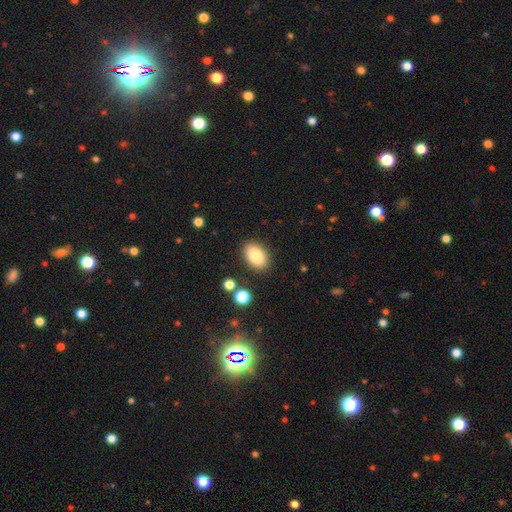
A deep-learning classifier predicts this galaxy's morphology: Smooth or featured? Predicted: smooth (p=0.84). How rounded? Predicted: in between (p=0.88). Merging? Predicted: none (p=0.86).